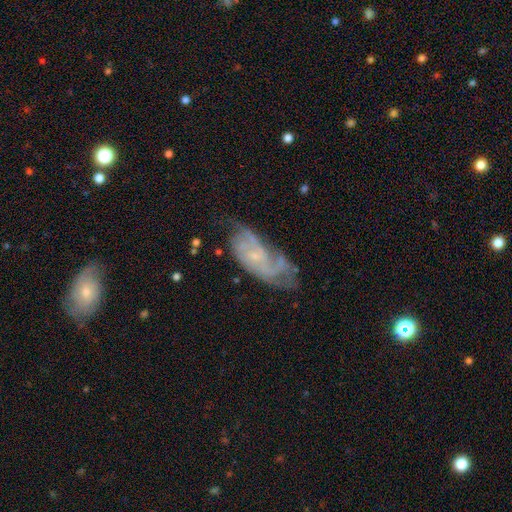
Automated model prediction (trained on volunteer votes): smooth_or_featured: featured or disk (p=0.77) [alt: smooth p=0.15]
disk_edge_on: no (p=0.94) [alt: yes p=0.06]
bar: no (p=0.68) [alt: weak p=0.27]
has_spiral_arms: yes (p=0.90) [alt: no p=0.10]
spiral_winding: tight (p=0.46) [alt: medium p=0.38]
spiral_arm_count: can't tell (p=0.35) [alt: 2 p=0.26]
bulge_size: small (p=0.73) [alt: moderate p=0.13]
merging: none (p=0.48) [alt: minor disturbance p=0.28]